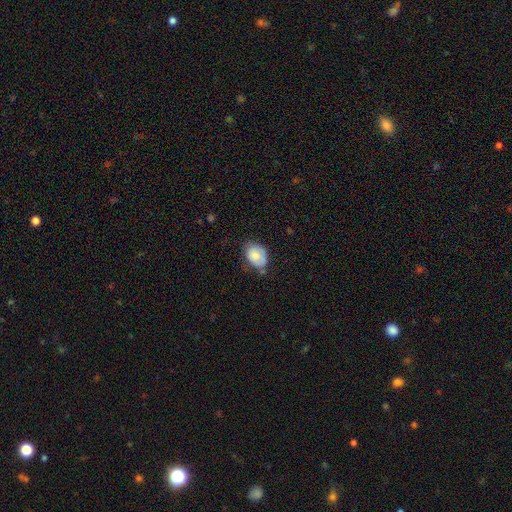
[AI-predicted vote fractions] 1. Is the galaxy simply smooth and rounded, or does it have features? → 74% smooth, 18% featured or disk, 7% star or artifact.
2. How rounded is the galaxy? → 75% in between, 24% round, 1% cigar-shaped.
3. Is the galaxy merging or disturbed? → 52% none, 35% minor disturbance, 9% major disturbance, 4% merger.